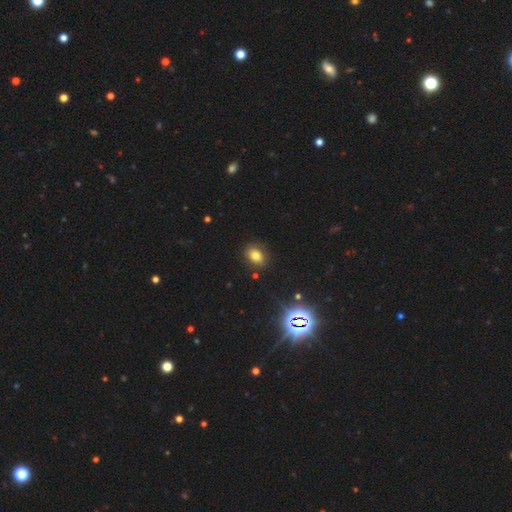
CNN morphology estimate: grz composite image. It shows a smooth galaxy with no disk features (74%) that is in between round and cigar-shaped (72%). Merging: none (84%).